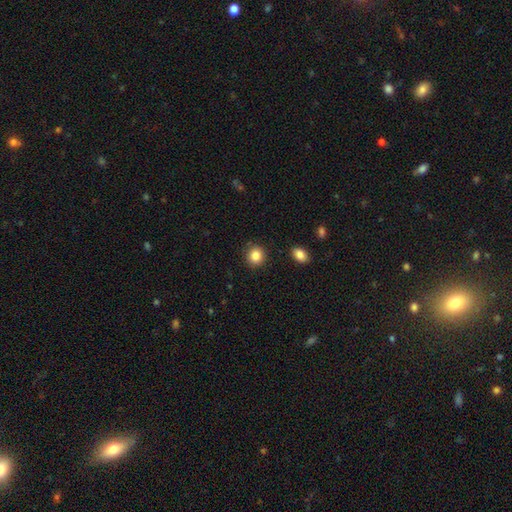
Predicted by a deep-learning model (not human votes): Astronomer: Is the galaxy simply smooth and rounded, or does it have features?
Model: smooth — 85%.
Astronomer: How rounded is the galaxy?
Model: round — 86%.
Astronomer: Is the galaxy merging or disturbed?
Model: none — 89%.